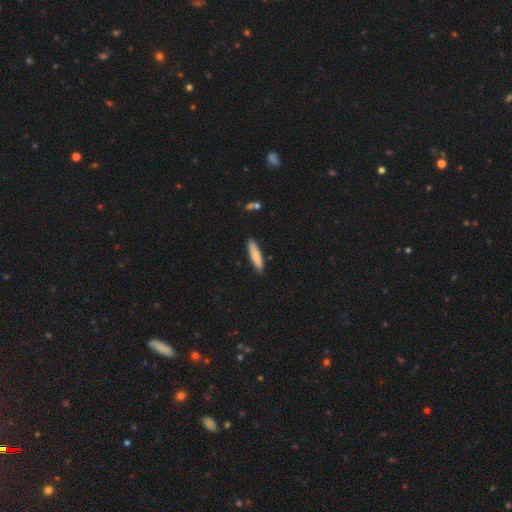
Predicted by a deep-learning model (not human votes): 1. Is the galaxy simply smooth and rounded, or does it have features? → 82% smooth, 13% featured or disk, 5% star or artifact.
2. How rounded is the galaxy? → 82% cigar-shaped, 17% in between, 1% round.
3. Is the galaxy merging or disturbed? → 87% none, 9% minor disturbance, 2% merger, 2% major disturbance.